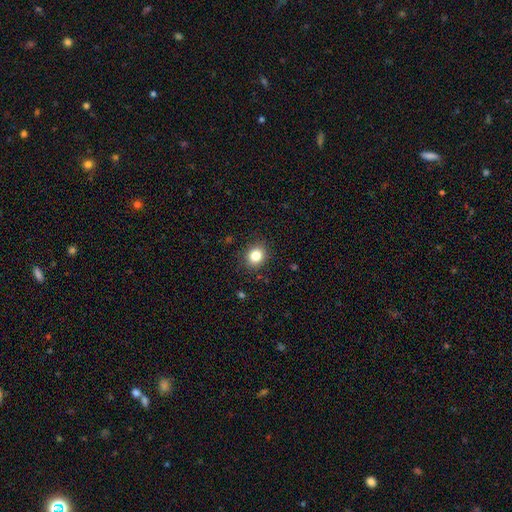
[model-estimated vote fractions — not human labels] Morphology: type=smooth (83%); roundness=round (66%); merging=none (88%).